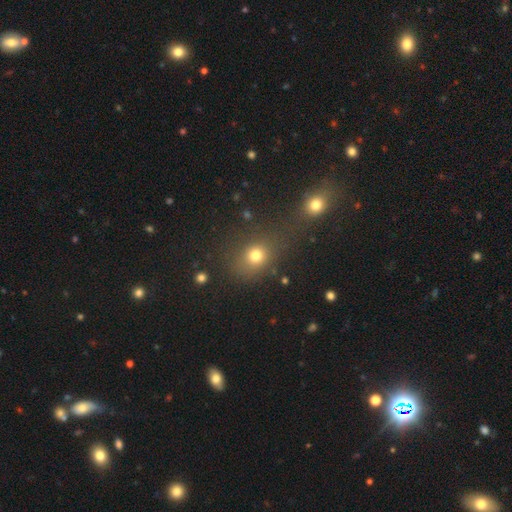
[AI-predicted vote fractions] Q: Smooth or featured?
A: smooth (74%); runner-up: star or artifact (17%)
Q: How rounded?
A: round (68%); runner-up: in between (30%)
Q: Merging?
A: none (59%); runner-up: merger (19%)